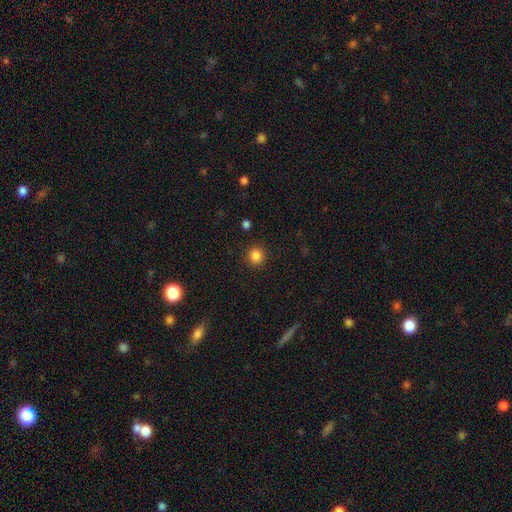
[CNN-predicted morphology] smooth-or-featured: smooth: 84% | star or artifact: 12% | featured or disk: 4%
  how-rounded: round: 92% | in between: 7% | cigar-shaped: 1%
  merging: none: 91% | minor disturbance: 6% | major disturbance: 2% | merger: 1%